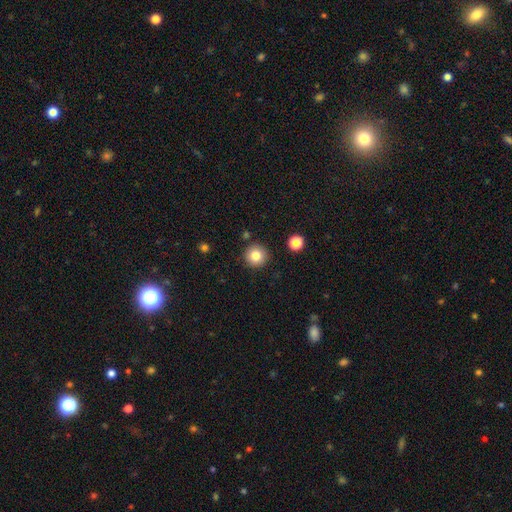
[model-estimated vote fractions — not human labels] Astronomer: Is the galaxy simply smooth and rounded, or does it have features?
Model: smooth — 81%.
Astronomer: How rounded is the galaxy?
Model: round — 95%.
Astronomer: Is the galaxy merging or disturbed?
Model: none — 89%.